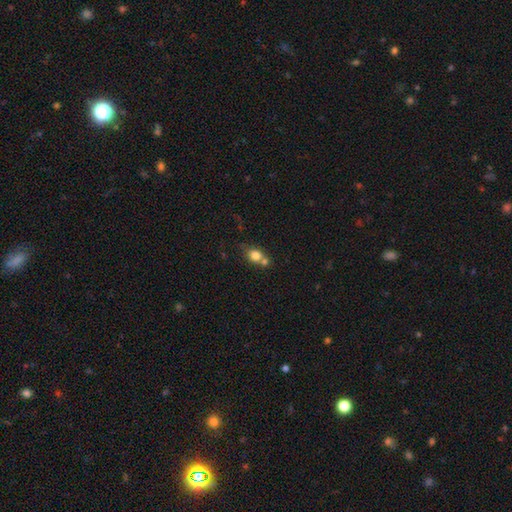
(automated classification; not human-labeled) Smooth or featured: smooth — 78% (featured or disk — 11%)
How rounded: round — 67% (in between — 32%)
Merging: none — 42% (tied with merger — 42%)